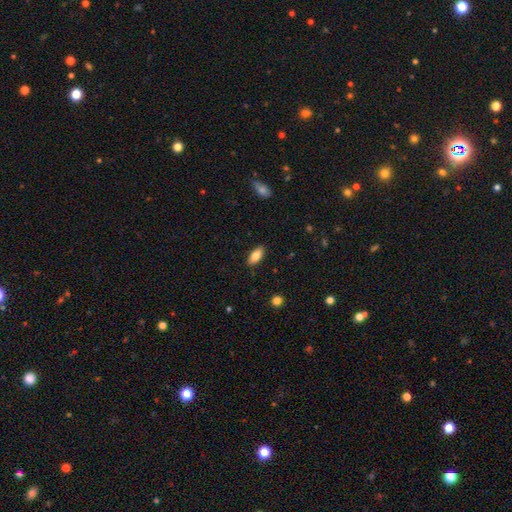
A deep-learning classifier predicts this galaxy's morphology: smooth_or_featured: smooth (p=0.78) [alt: featured or disk p=0.15]
how_rounded: in between (p=0.86) [alt: cigar-shaped p=0.12]
merging: none (p=0.89) [alt: minor disturbance p=0.09]